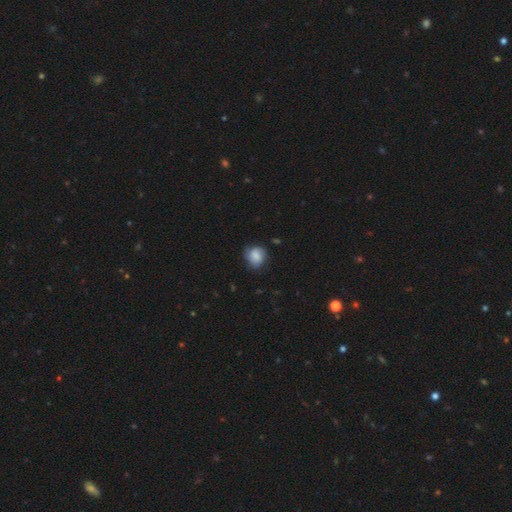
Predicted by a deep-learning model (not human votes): Q: Smooth or featured?
A: smooth (79%); runner-up: featured or disk (13%)
Q: How rounded?
A: round (75%); runner-up: in between (24%)
Q: Merging?
A: none (65%); runner-up: minor disturbance (27%)